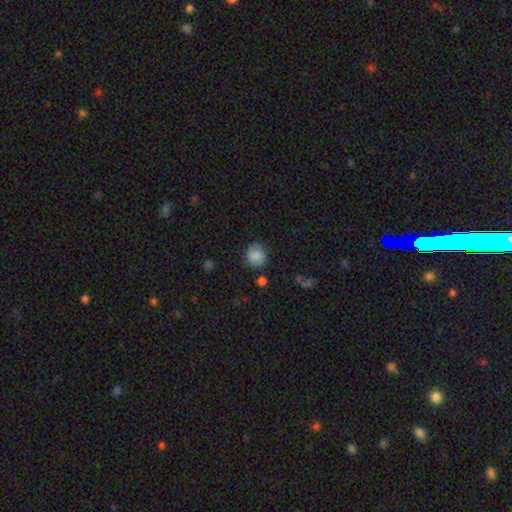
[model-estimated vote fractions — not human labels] smooth-or-featured: smooth: 78% | featured or disk: 14% | star or artifact: 9%
  how-rounded: round: 83% | in between: 16% | cigar-shaped: 1%
  merging: none: 75% | minor disturbance: 18% | major disturbance: 5% | merger: 2%